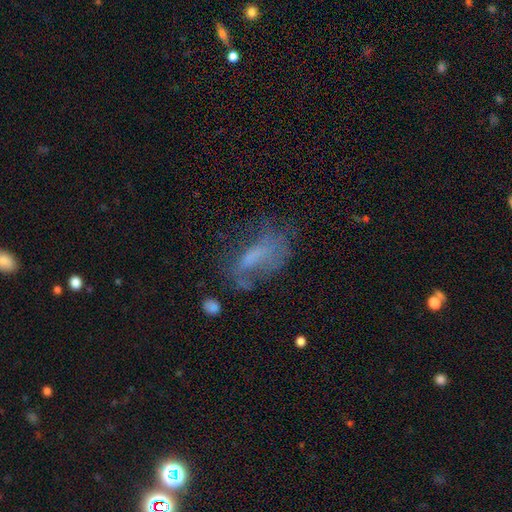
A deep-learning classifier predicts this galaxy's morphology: smooth 44%, featured or disk 40%, star or artifact 17%. Down the decision tree: merging — none (37%).